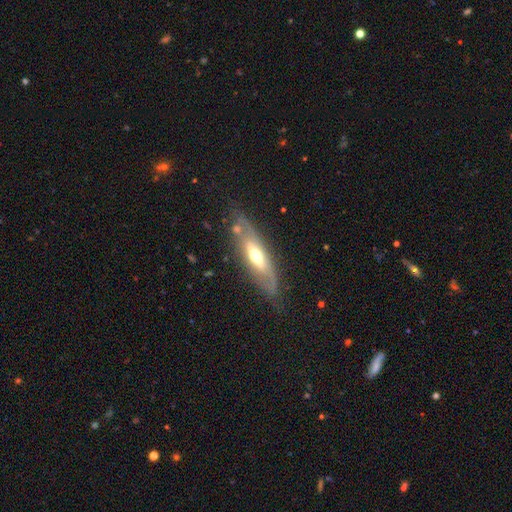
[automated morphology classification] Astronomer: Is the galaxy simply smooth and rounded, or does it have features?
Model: featured or disk — 64%.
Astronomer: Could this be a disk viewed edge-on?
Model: no — 51% (runner-up: yes, 49%).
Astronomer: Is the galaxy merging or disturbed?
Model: none — 70%.